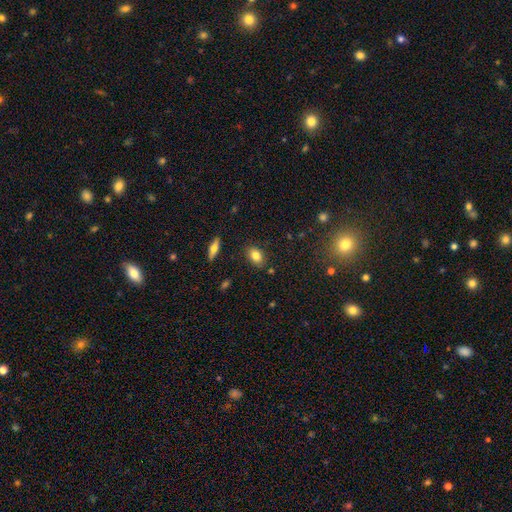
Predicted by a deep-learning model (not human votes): smooth 82%, featured or disk 9%, star or artifact 9%. Down the decision tree: how rounded — in between (82%); merging — none (83%).